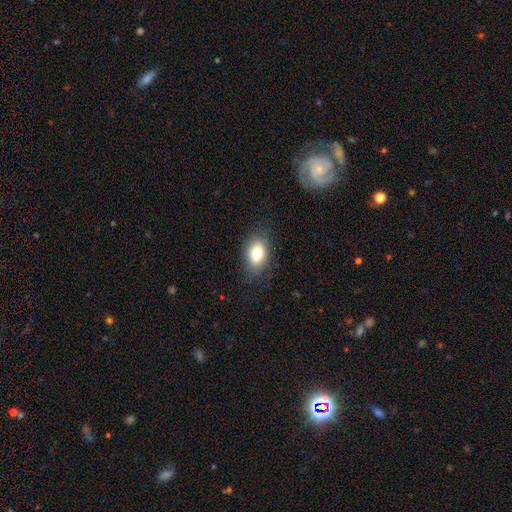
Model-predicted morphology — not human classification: Smooth or featured: smooth — 80% (featured or disk — 11%)
How rounded: in between — 88% (round — 10%)
Merging: none — 82% (minor disturbance — 13%)